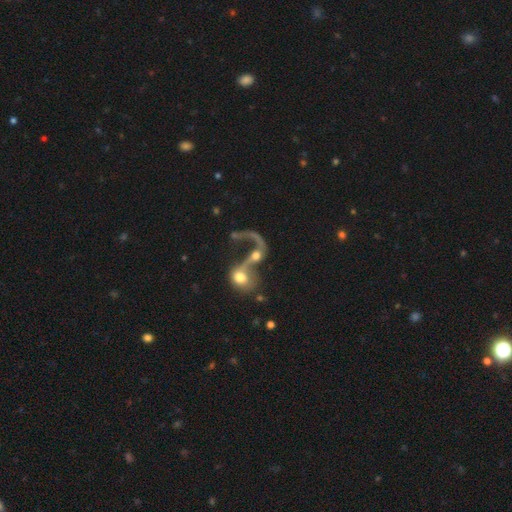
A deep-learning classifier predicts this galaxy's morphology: This is likely a featured or disk galaxy (61%). It is clearly not viewed edge-on (96%). Bar: likely no (68%). Spiral arm pattern: likely yes (70%). Central bulge: possibly moderate (50%). Merging: likely merger (69%).